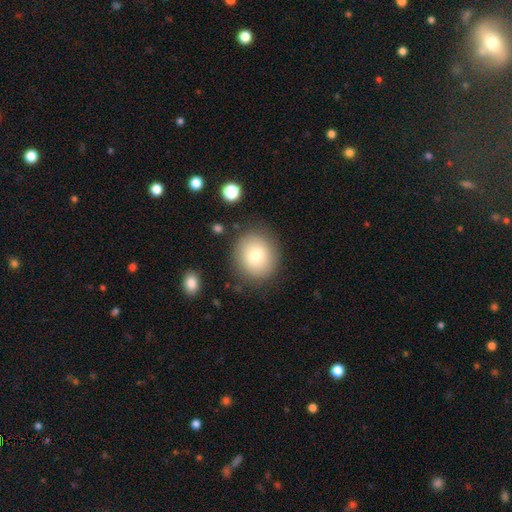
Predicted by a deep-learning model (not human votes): smooth-or-featured: smooth: 77% | featured or disk: 14% | star or artifact: 9%
  how-rounded: round: 81% | in between: 18% | cigar-shaped: 1%
  merging: none: 82% | minor disturbance: 11% | major disturbance: 4% | merger: 2%